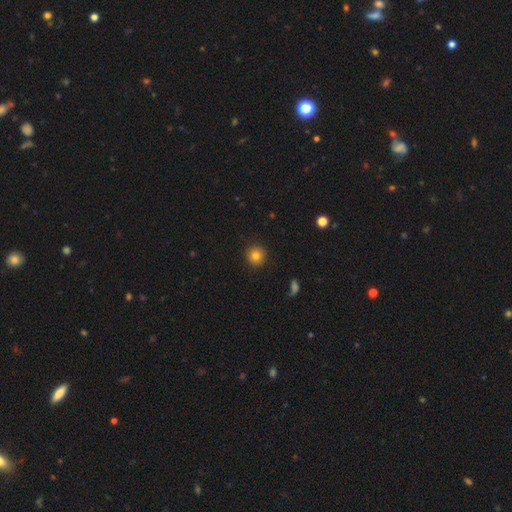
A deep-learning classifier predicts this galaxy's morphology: Smooth or featured?
  - smooth: 82% *
  - star or artifact: 11%
  - featured or disk: 7%
How rounded?
  - round: 94% *
  - in between: 5%
  - cigar-shaped: 1%
Merging?
  - none: 92% *
  - minor disturbance: 5%
  - major disturbance: 2%
  - merger: 1%